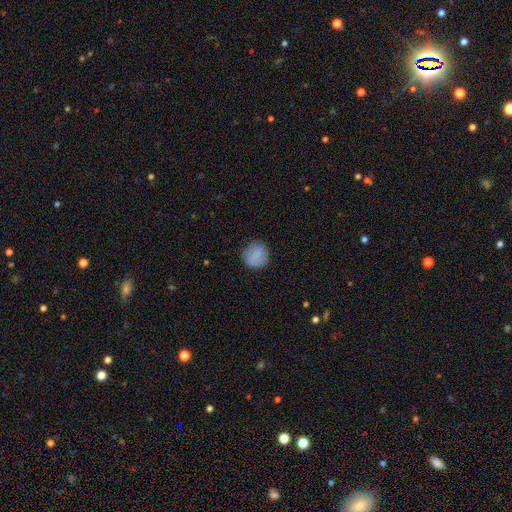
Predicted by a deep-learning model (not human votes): Smooth or featured? Predicted: smooth (p=0.81). How rounded? Predicted: round (p=0.87). Merging? Predicted: none (p=0.86).